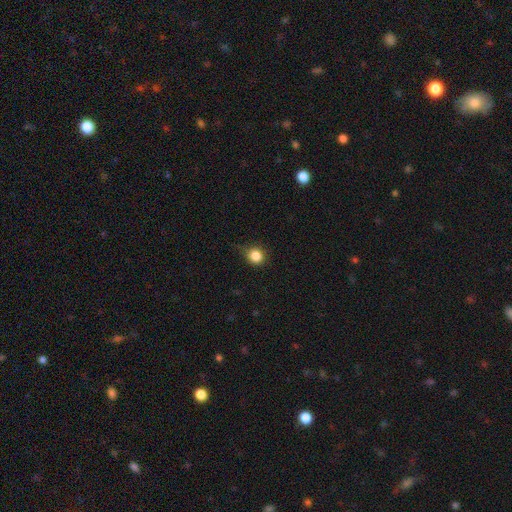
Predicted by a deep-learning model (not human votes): Q: Smooth or featured?
A: smooth (84%); runner-up: star or artifact (11%)
Q: How rounded?
A: round (86%); runner-up: in between (13%)
Q: Merging?
A: none (67%); runner-up: minor disturbance (26%)